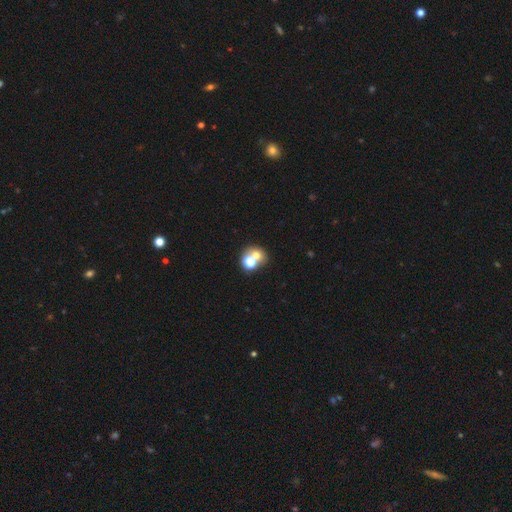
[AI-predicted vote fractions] Smooth or featured: smooth — 63% (featured or disk — 19%)
How rounded: round — 69% (in between — 30%)
Merging: merger — 49% (none — 40%)